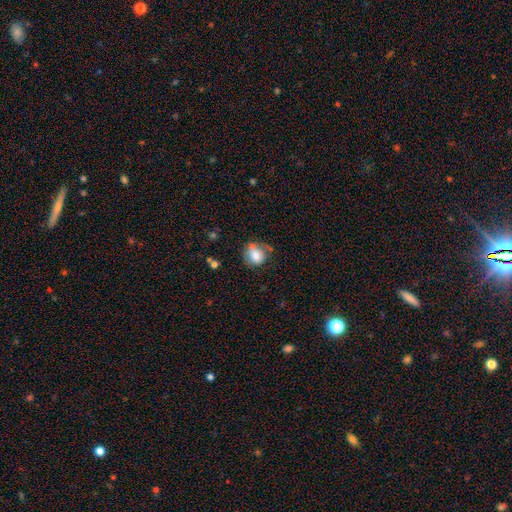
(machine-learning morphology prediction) Smooth or featured? smooth (72%)
How rounded? round (73%)
Merging? none (52%)